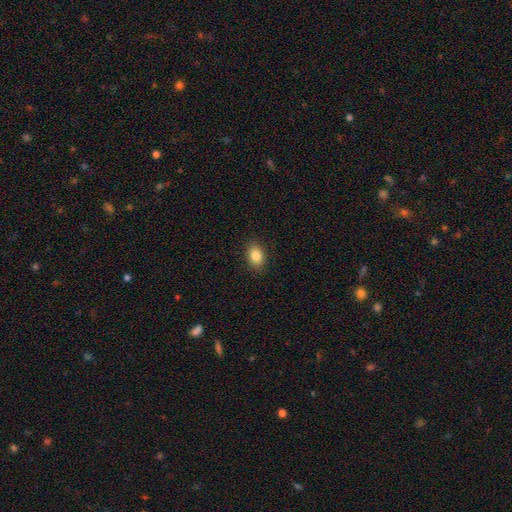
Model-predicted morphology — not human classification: smooth-or-featured: smooth: 85% | star or artifact: 9% | featured or disk: 6%
  how-rounded: in between: 82% | round: 16% | cigar-shaped: 2%
  merging: none: 89% | minor disturbance: 8% | major disturbance: 2% | merger: 1%